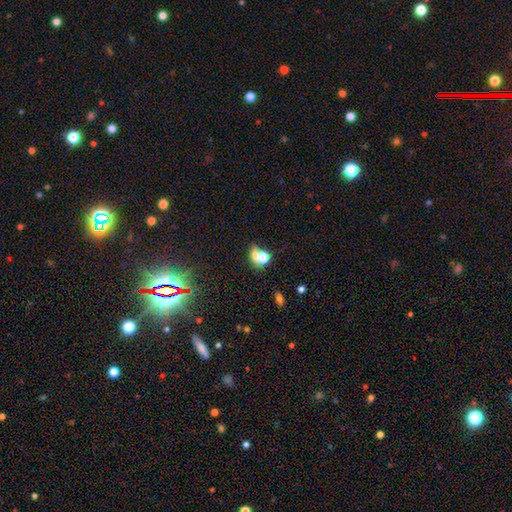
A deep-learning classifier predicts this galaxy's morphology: Overall: smooth (65%). How rounded: round (60%; in between 37%). Merging: merger (52%; none 32%).